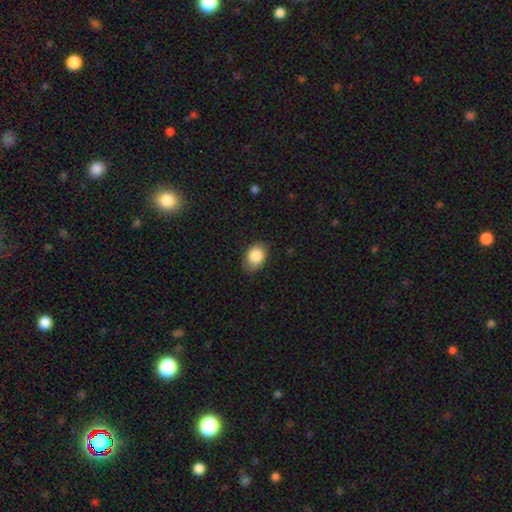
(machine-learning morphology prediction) smooth 87%, star or artifact 7%, featured or disk 6%. Down the decision tree: how rounded — in between (73%); merging — none (78%).